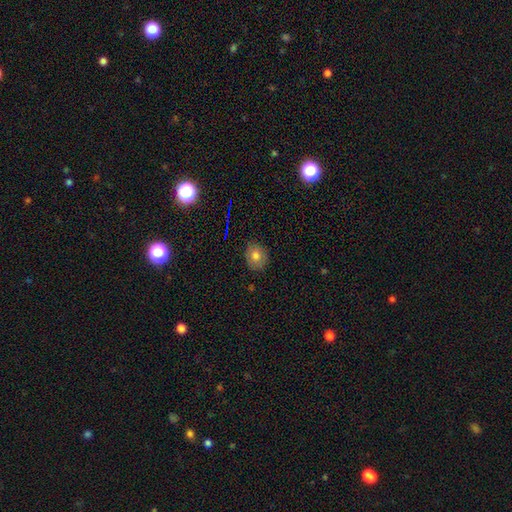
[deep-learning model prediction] Smooth or featured: smooth — 75% (featured or disk — 14%)
How rounded: round — 62% (in between — 37%)
Merging: none — 85% (minor disturbance — 12%)